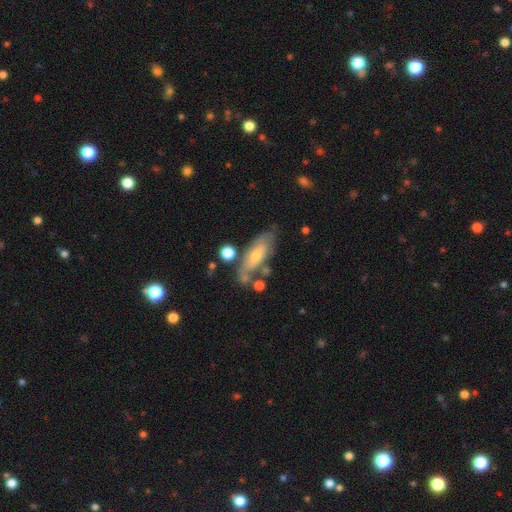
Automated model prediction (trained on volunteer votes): smooth-or-featured: featured or disk: 49% | smooth: 45% | star or artifact: 7%
  merging: none: 59% | minor disturbance: 23% | merger: 10% | major disturbance: 9%